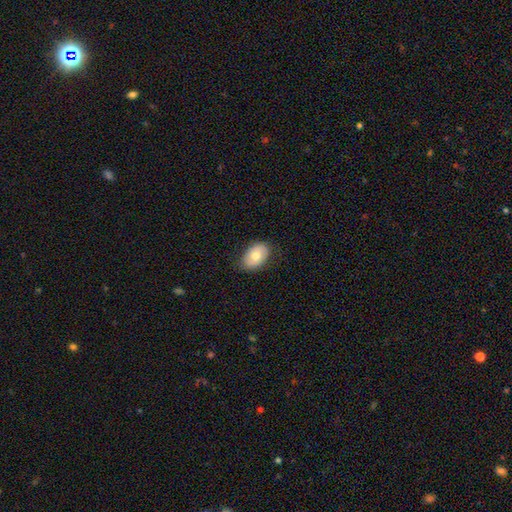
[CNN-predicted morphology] Overall: smooth (71%). How rounded: in between (85%). Merging: none (80%).